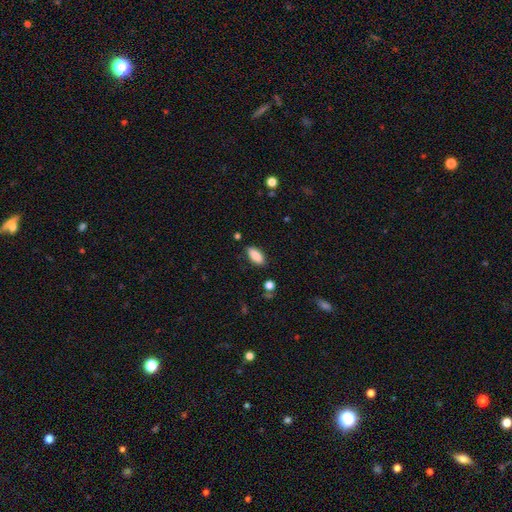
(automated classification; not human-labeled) This is clearly a smooth galaxy (88%). How rounded: clearly in between (86%). Merging: clearly none (83%).